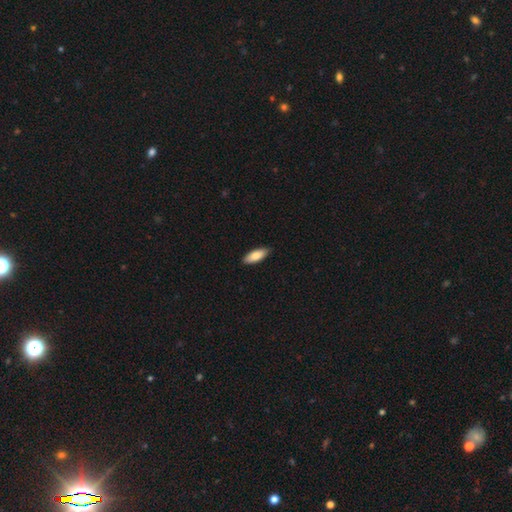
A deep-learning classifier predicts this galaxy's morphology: Smooth or featured: smooth — 83% (featured or disk — 11%)
How rounded: in between — 72% (cigar-shaped — 26%)
Merging: none — 88% (minor disturbance — 10%)